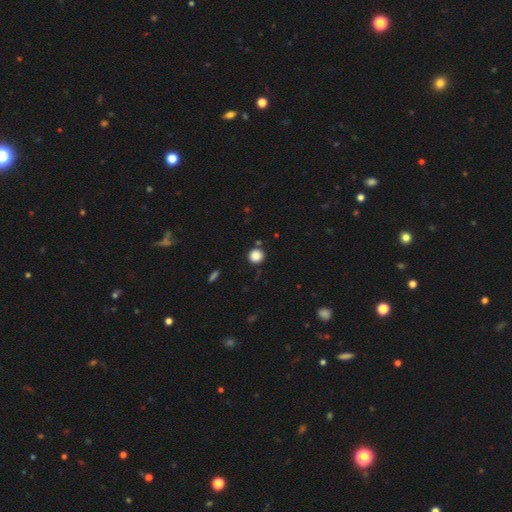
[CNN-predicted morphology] Smooth or featured? Predicted: smooth (p=0.86). How rounded? Predicted: round (p=0.94). Merging? Predicted: none (p=0.87).